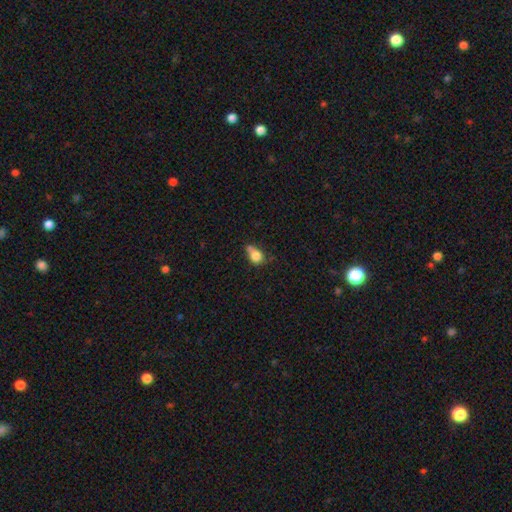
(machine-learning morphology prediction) A smooth galaxy with no disk features (79%) that is in between round and cigar-shaped (49%).

Vote fractions:
- Smooth or featured? smooth: 79% / star or artifact: 10% / featured or disk: 10%
- How rounded? in between: 49% / round: 48% / cigar-shaped: 3%
- Merging? none: 35% / minor disturbance: 32% / merger: 20% / major disturbance: 13%